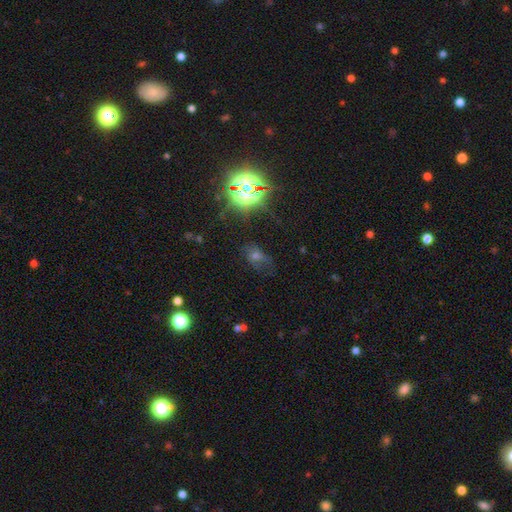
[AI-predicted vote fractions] This is possibly a star or artifact rather than a galaxy (51%).